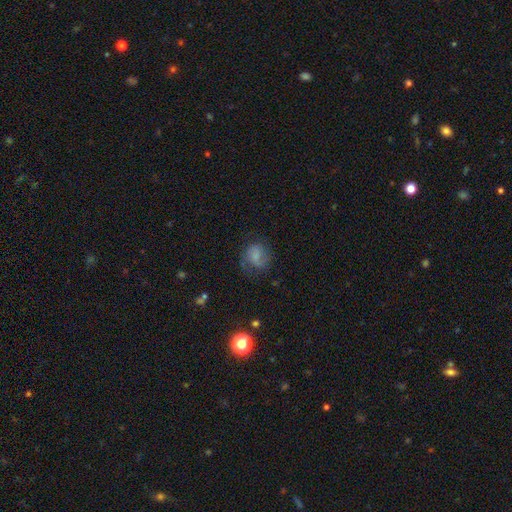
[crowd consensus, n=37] This appears to be a smooth galaxy with no disk features (68%) that is round (92%). Merging: none (53%).